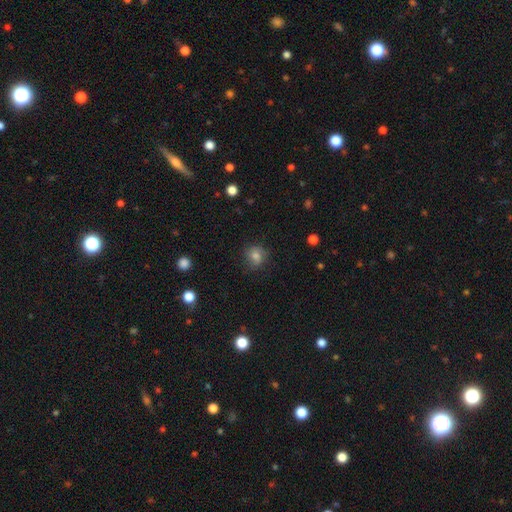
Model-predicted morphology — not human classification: smooth_or_featured: smooth (p=0.73) [alt: star or artifact p=0.14]
how_rounded: round (p=0.75) [alt: in between p=0.24]
merging: none (p=0.73) [alt: minor disturbance p=0.19]